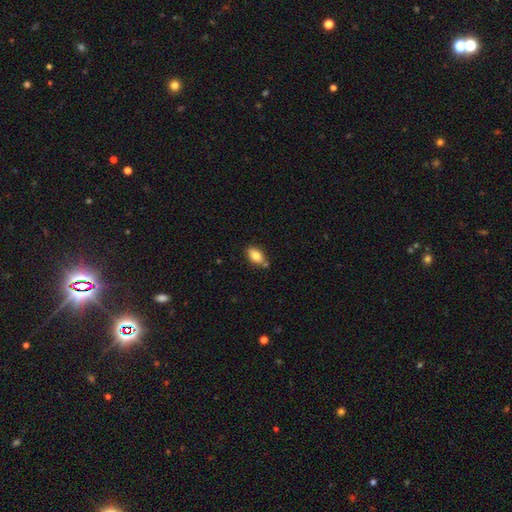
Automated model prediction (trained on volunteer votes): A smooth galaxy with no disk features (81%) that is in between round and cigar-shaped (89%).

Vote fractions:
- Smooth or featured? smooth: 81% / featured or disk: 11% / star or artifact: 8%
- How rounded? in between: 89% / round: 7% / cigar-shaped: 4%
- Merging? none: 70% / minor disturbance: 17% / merger: 10% / major disturbance: 3%